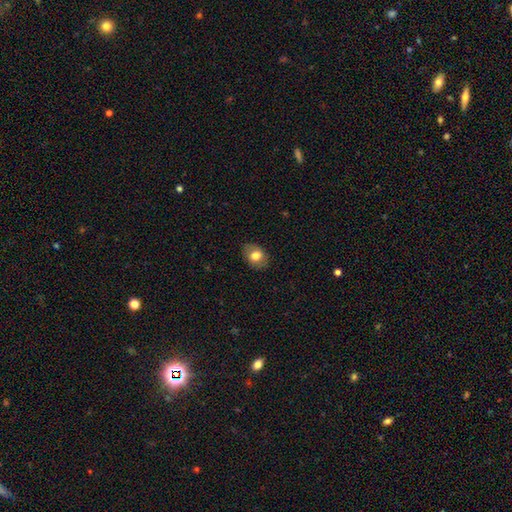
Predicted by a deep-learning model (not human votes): Smooth or featured?
  - smooth: 76% *
  - featured or disk: 15%
  - star or artifact: 8%
How rounded?
  - in between: 66% *
  - round: 33%
  - cigar-shaped: 1%
Merging?
  - none: 83% *
  - minor disturbance: 13%
  - major disturbance: 3%
  - merger: 1%